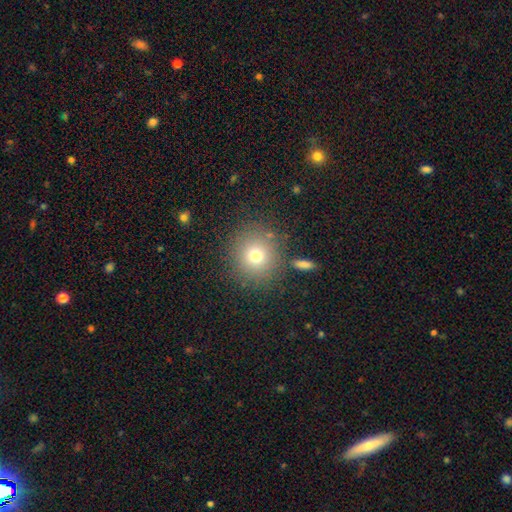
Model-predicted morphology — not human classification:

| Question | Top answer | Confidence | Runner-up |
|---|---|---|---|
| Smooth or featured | smooth | 72% | star or artifact (16%) |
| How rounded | round | 90% | in between (9%) |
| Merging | none | 83% | minor disturbance (9%) |